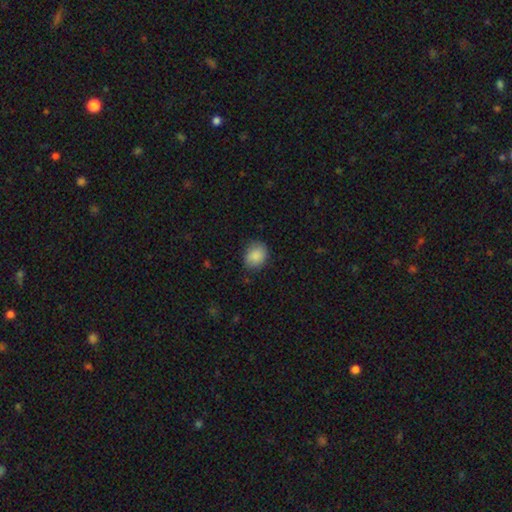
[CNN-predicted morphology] Smooth or featured? smooth (88%)
How rounded? round (51%)
Merging? none (80%)